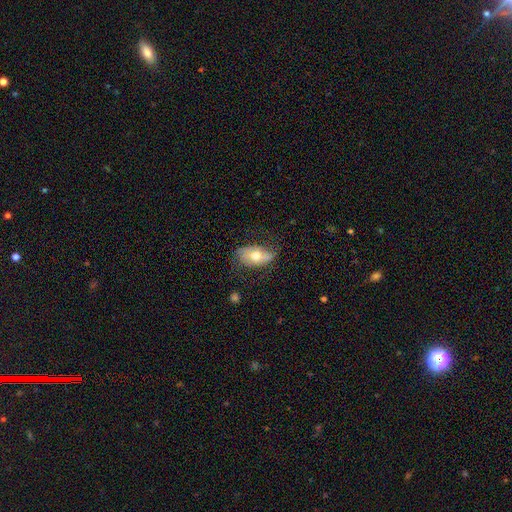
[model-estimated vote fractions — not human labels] Overall: smooth (52%; featured or disk 41%). How rounded: in between (90%). Merging: none (58%; minor disturbance 28%).